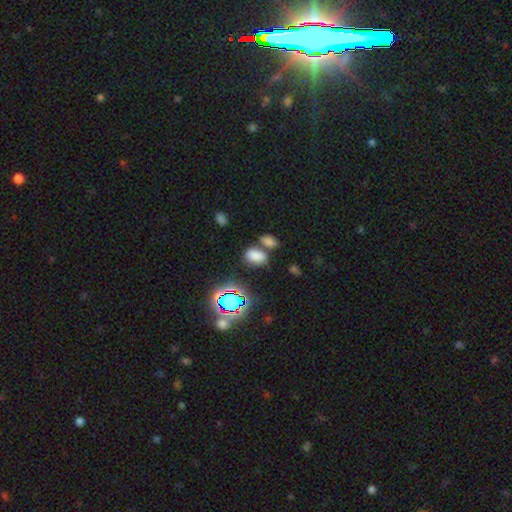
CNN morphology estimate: A smooth galaxy with no disk features (73%) that is in between round and cigar-shaped (87%).

Vote fractions:
- Smooth or featured? smooth: 73% / star or artifact: 20% / featured or disk: 7%
- How rounded? in between: 87% / round: 11% / cigar-shaped: 2%
- Merging? none: 56% / merger: 27% / minor disturbance: 12% / major disturbance: 5%